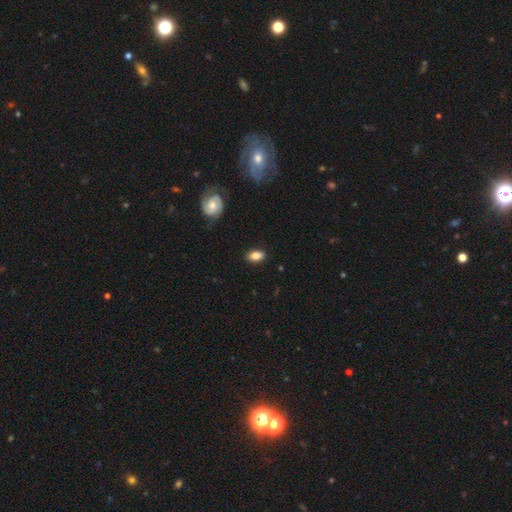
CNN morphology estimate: Smooth or featured? Predicted: smooth (p=0.84). How rounded? Predicted: in between (p=0.89). Merging? Predicted: none (p=0.86).